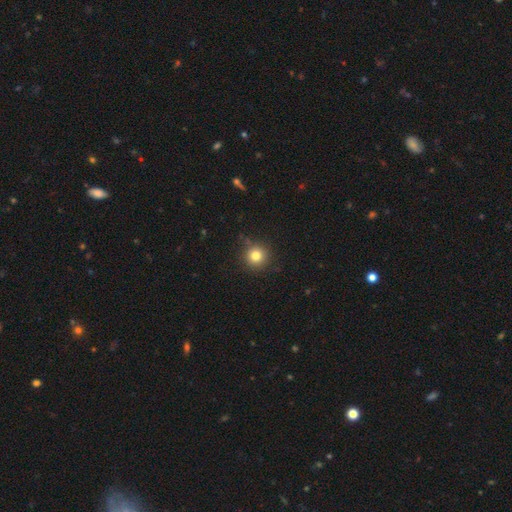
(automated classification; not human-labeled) Smooth or featured: smooth — 81% (star or artifact — 12%)
How rounded: round — 95% (in between — 4%)
Merging: none — 87% (minor disturbance — 9%)